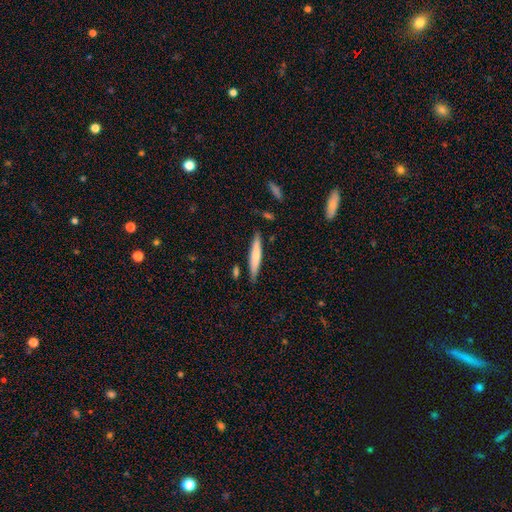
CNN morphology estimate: Smooth or featured? smooth (68%)
How rounded? cigar-shaped (92%)
Merging? none (84%)